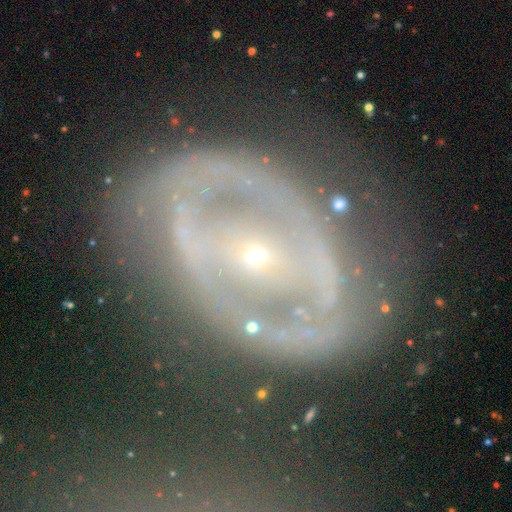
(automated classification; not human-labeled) This is clearly a featured or disk galaxy (81%). It is clearly not viewed edge-on (96%). Bar: marginally strong (40%). Spiral arm pattern: likely yes (63%). Central bulge: clearly small (85%). Merging: possibly none (60%).